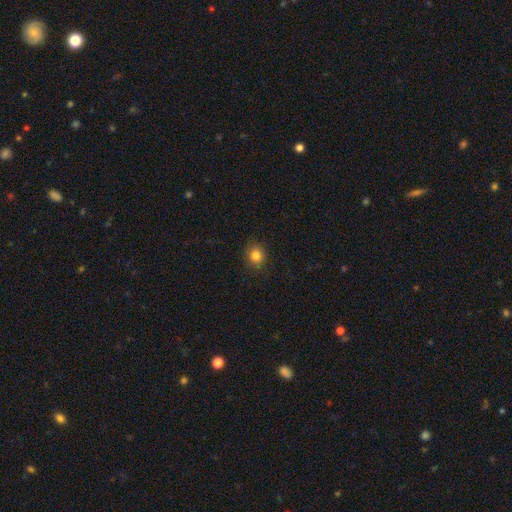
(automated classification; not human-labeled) This appears to be a smooth galaxy with no disk features (83%) that is round (79%). Merging: none (88%).